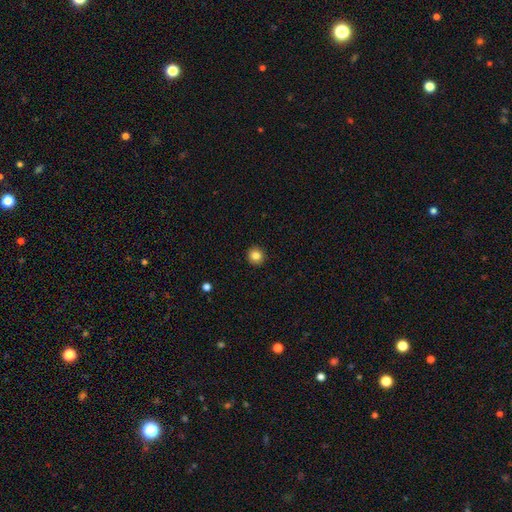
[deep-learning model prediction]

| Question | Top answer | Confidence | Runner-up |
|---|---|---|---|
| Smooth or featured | smooth | 84% | star or artifact (10%) |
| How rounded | round | 91% | in between (8%) |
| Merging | none | 92% | minor disturbance (5%) |